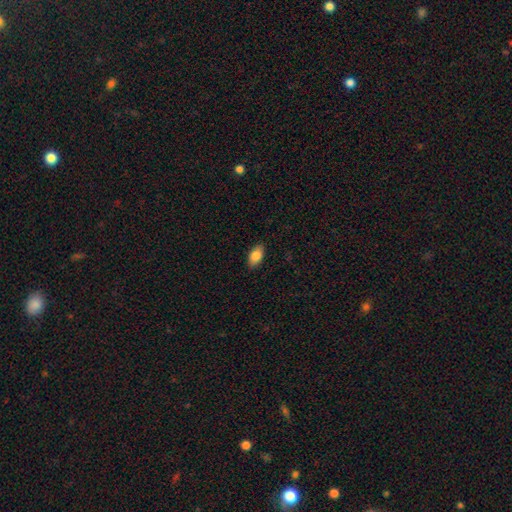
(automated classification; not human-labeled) smooth 85%, featured or disk 7%, star or artifact 7%. Down the decision tree: how rounded — in between (92%); merging — none (88%).